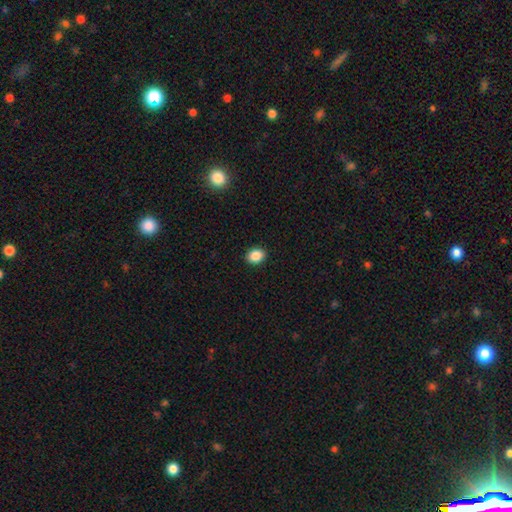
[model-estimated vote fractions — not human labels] The model was most divided on "how rounded": in between: 54%, round: 45%, cigar-shaped: 1%. More confident: merging — none (91%); smooth or featured — smooth (88%).